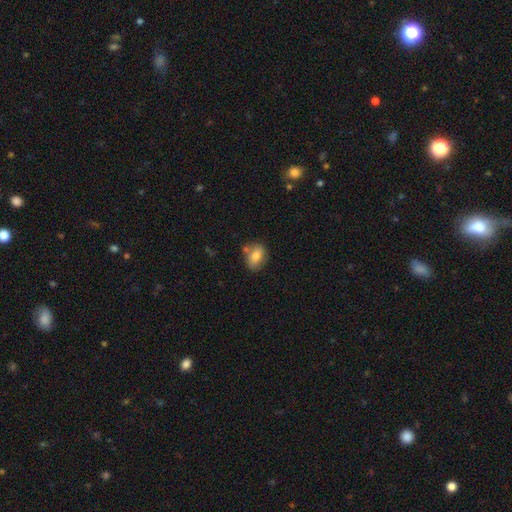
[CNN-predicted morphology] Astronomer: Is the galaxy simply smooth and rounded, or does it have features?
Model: smooth — 79%.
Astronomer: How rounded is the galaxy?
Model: in between — 77%.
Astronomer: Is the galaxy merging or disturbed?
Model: none — 70%.